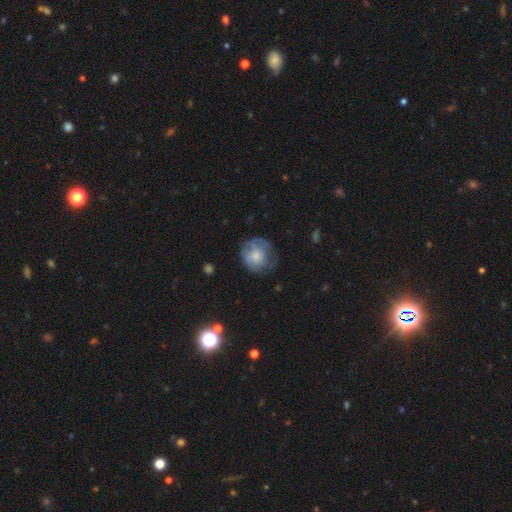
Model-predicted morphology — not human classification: type=smooth (65%); roundness=round (86%); merging=none (57%).